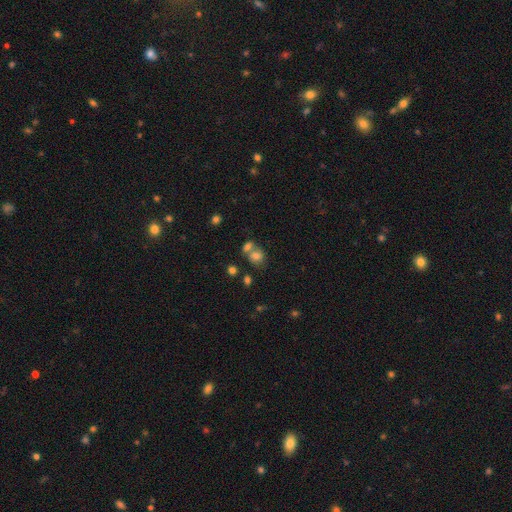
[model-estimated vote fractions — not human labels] This appears to be a smooth galaxy with no disk features (74%) that is round (66%). Merging: none (45%).